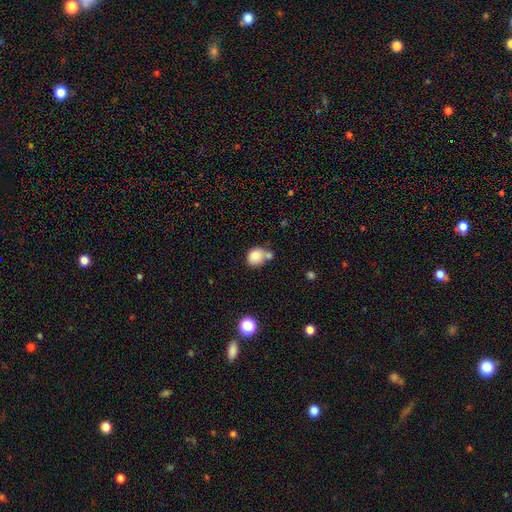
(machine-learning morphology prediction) This appears to be a smooth galaxy with no disk features (82%) that is round (73%). Merging: none (42%).